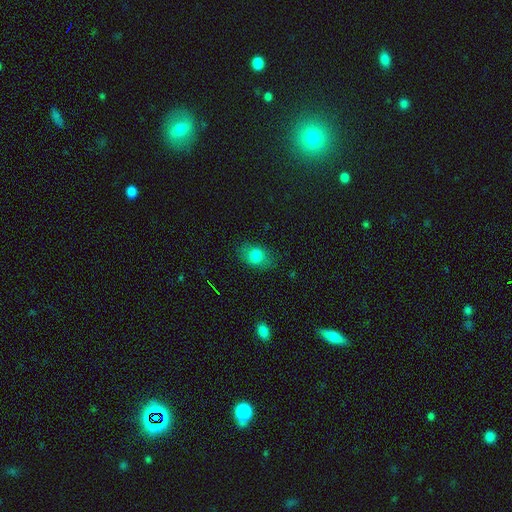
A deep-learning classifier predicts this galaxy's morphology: A smooth galaxy with no disk features (77%) that is in between round and cigar-shaped (72%). Merging: none (77%).